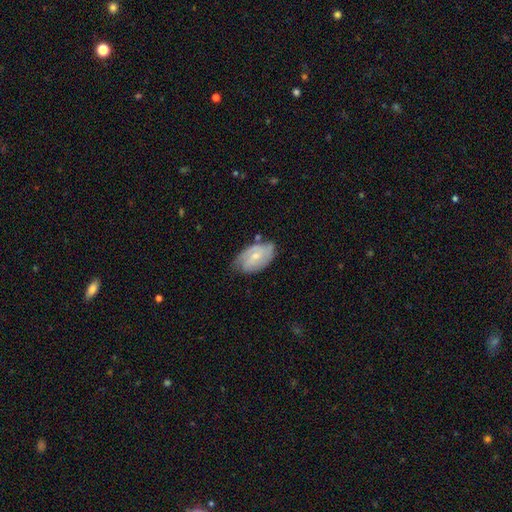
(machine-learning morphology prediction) Smooth or featured: featured or disk — 62% (smooth — 32%)
Edge-on disk: no — 95% (yes — 5%)
Bar: no — 47% (weak — 44%)
Spiral arms: yes — 84% (no — 16%)
Bulge size: small — 58% (moderate — 37%)
Merging: none — 61% (minor disturbance — 29%)